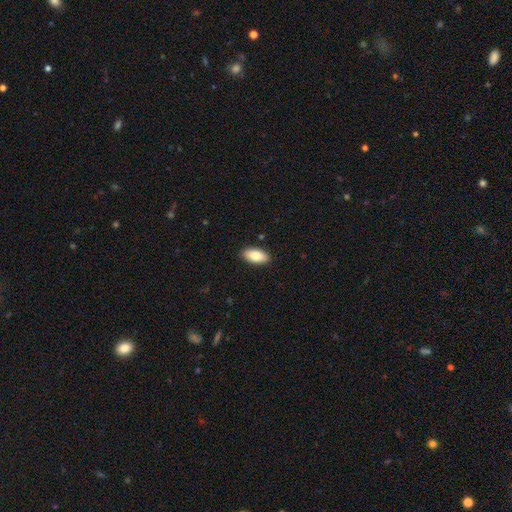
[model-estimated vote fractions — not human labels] smooth 83%, featured or disk 11%, star or artifact 6%. Down the decision tree: how rounded — in between (91%); merging — none (90%).